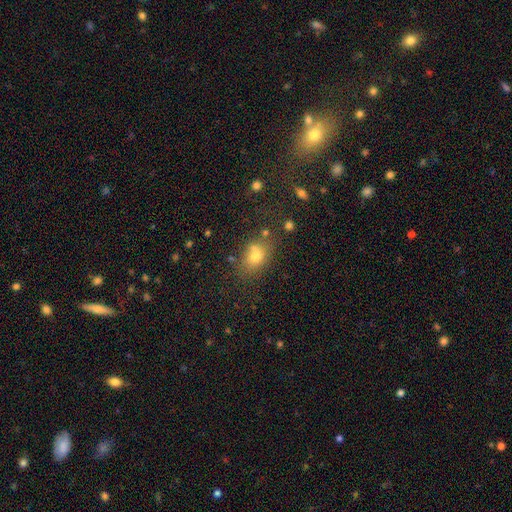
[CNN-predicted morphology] Overall: smooth (70%). How rounded: in between (64%; round 35%). Merging: none (61%).